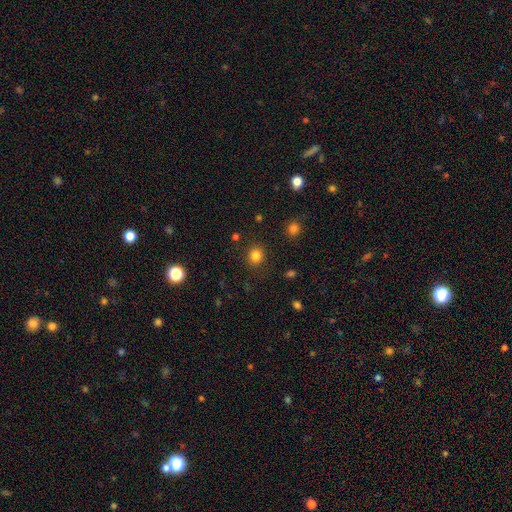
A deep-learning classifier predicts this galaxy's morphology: A smooth galaxy with no disk features (82%) that is round (81%).

Vote fractions:
- Smooth or featured? smooth: 82% / star or artifact: 13% / featured or disk: 5%
- How rounded? round: 81% / in between: 18% / cigar-shaped: 1%
- Merging? none: 88% / minor disturbance: 8% / major disturbance: 3% / merger: 2%